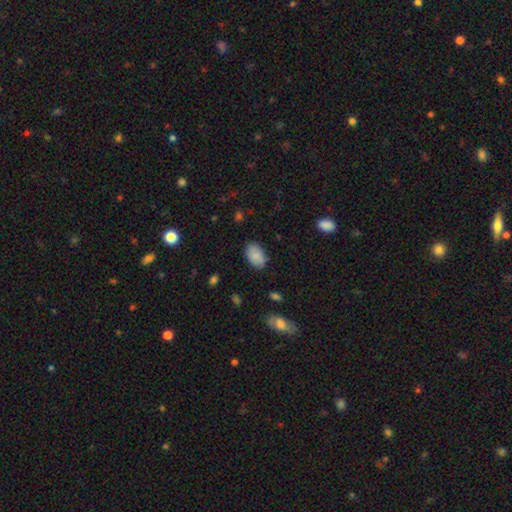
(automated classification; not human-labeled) smooth 86%, featured or disk 7%, star or artifact 7%. Down the decision tree: how rounded — in between (91%); merging — none (83%).